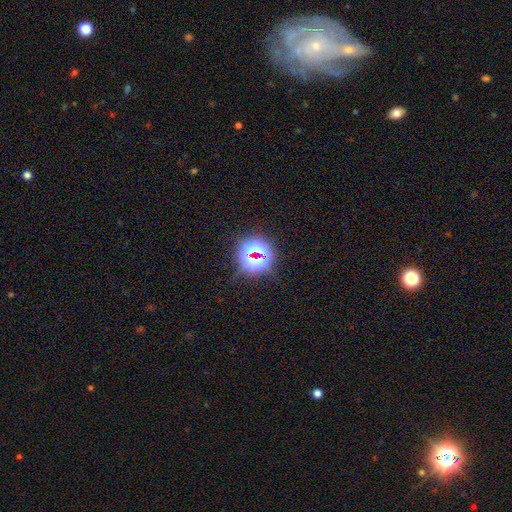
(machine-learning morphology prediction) Smooth or featured?
  - star or artifact: 68% *
  - smooth: 23%
  - featured or disk: 10%